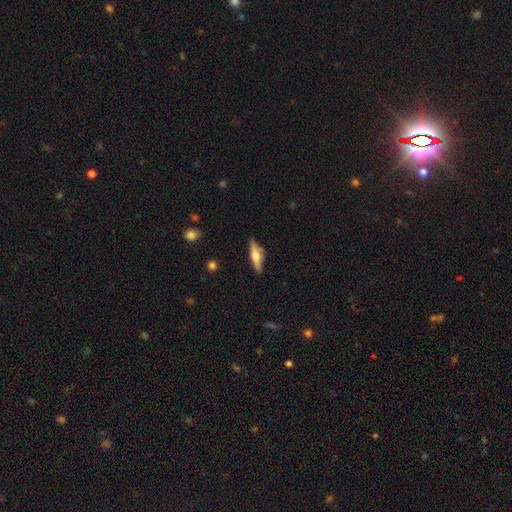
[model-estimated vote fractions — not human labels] Overall: featured or disk (54%; smooth 40%). Edge-on disk: yes (94%). Edge-on bulge: rounded (86%). Merging: none (82%).